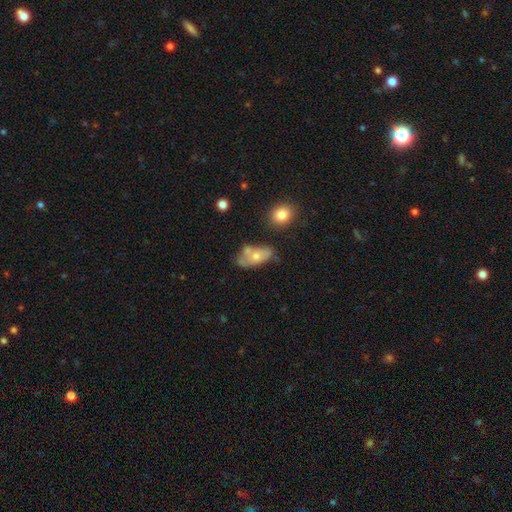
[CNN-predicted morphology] A smooth galaxy with no disk features (61%) that is in between round and cigar-shaped (88%). Merging: none (39%).